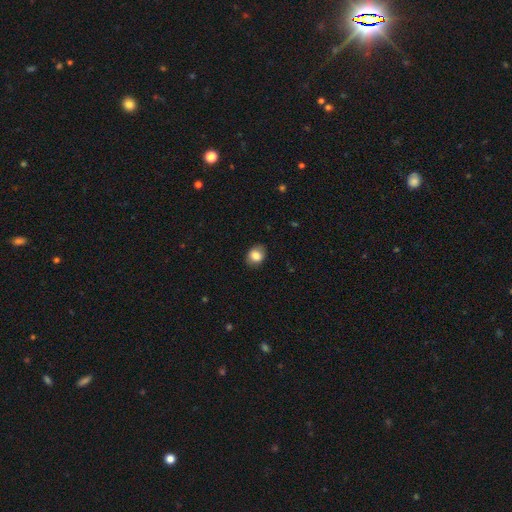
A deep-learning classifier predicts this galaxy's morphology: smooth 82%, featured or disk 10%, star or artifact 8%. Down the decision tree: how rounded — in between (50%); merging — none (84%).